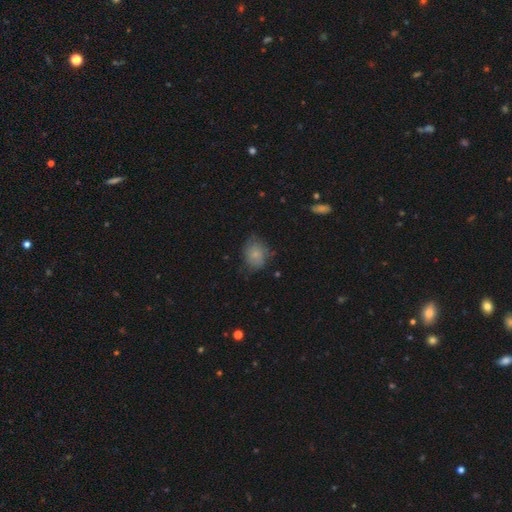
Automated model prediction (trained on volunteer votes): Smooth or featured?
  - smooth: 75% *
  - featured or disk: 17%
  - star or artifact: 9%
How rounded?
  - round: 52% *
  - in between: 47%
  - cigar-shaped: 1%
Merging?
  - none: 58% *
  - minor disturbance: 30%
  - major disturbance: 10%
  - merger: 2%